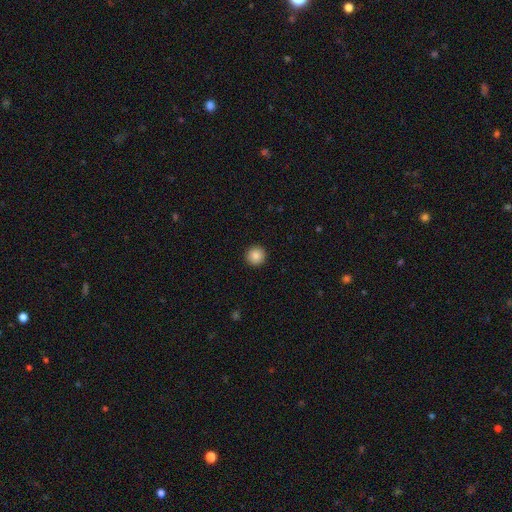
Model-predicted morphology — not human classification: Smooth or featured? Predicted: smooth (p=0.86). How rounded? Predicted: round (p=0.96). Merging? Predicted: none (p=0.94).